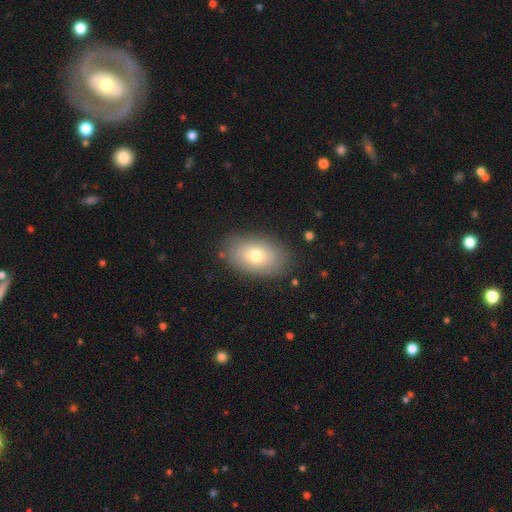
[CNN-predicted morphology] The model was most divided on "smooth or featured": smooth: 73%, featured or disk: 18%, star or artifact: 9%. More confident: how rounded — in between (90%); merging — none (85%).